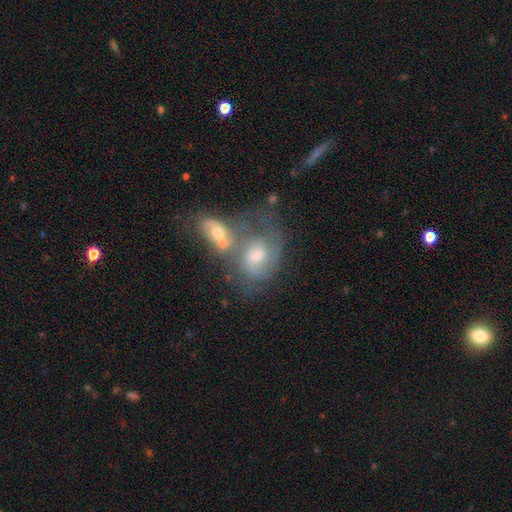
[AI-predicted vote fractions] smooth-or-featured: featured or disk: 59% | smooth: 31% | star or artifact: 11%
  disk-edge-on: no: 96% | yes: 4%
    bar: no: 60% | weak: 33% | strong: 7%
    has-spiral-arms: yes: 70% | no: 30%
    bulge-size: moderate: 63% | small: 24% | large: 7% | none: 4% | dominant: 1%
  merging: merger: 55% | none: 21% | major disturbance: 12% | minor disturbance: 12%